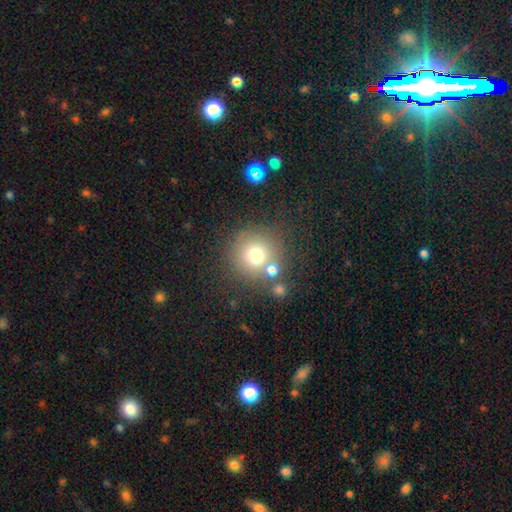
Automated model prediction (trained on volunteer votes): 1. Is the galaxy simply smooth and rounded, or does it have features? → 71% smooth, 16% star or artifact, 13% featured or disk.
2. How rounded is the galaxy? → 94% round, 5% in between, 1% cigar-shaped.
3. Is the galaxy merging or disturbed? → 70% none, 16% merger, 9% minor disturbance, 5% major disturbance.